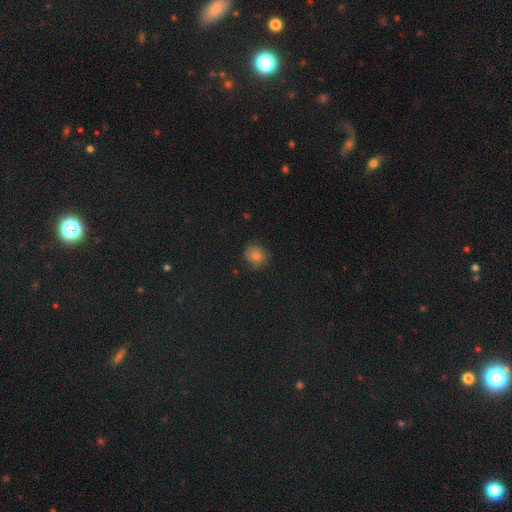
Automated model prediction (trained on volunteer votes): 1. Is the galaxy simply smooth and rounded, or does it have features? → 76% smooth, 15% star or artifact, 9% featured or disk.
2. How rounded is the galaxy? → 83% round, 16% in between, 1% cigar-shaped.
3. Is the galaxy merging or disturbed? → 83% none, 13% minor disturbance, 3% major disturbance, 1% merger.